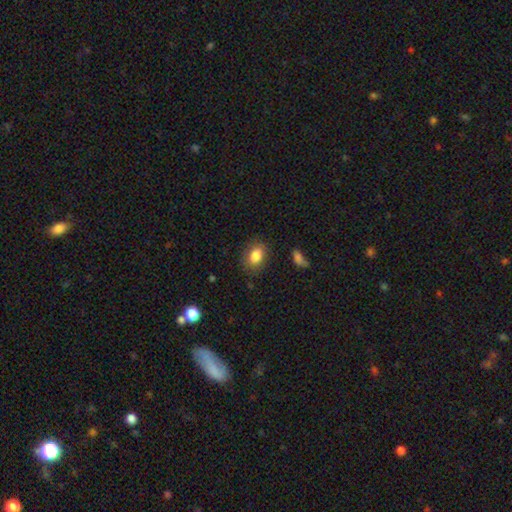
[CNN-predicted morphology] This is clearly a smooth galaxy (84%). How rounded: likely in between (79%). Merging: clearly none (81%).